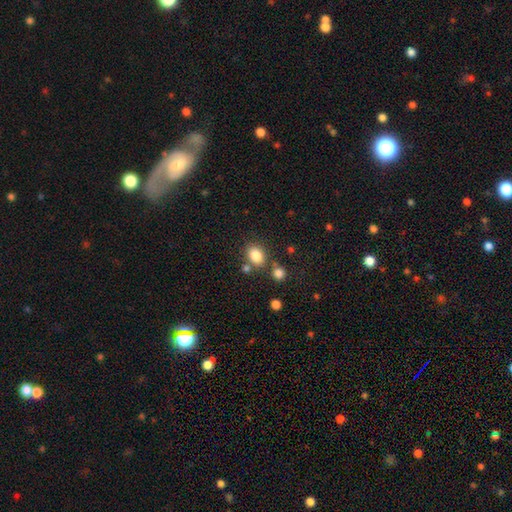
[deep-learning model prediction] A smooth galaxy with no disk features (83%) that is in between round and cigar-shaped (69%).

Vote fractions:
- Smooth or featured? smooth: 83% / star or artifact: 10% / featured or disk: 7%
- How rounded? in between: 69% / round: 29% / cigar-shaped: 1%
- Merging? none: 70% / merger: 14% / minor disturbance: 12% / major disturbance: 4%